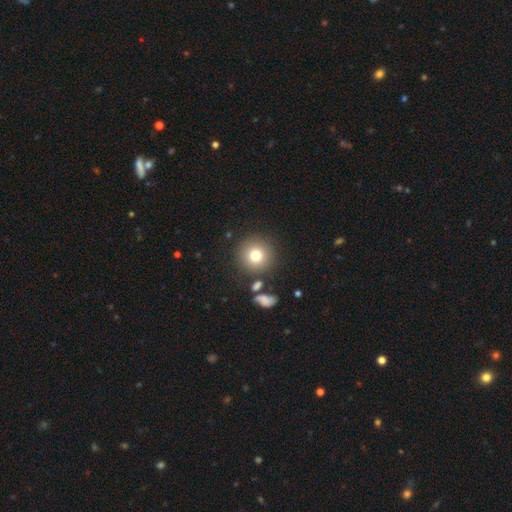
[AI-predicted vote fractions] Overall: smooth (77%). How rounded: round (94%). Merging: none (83%).